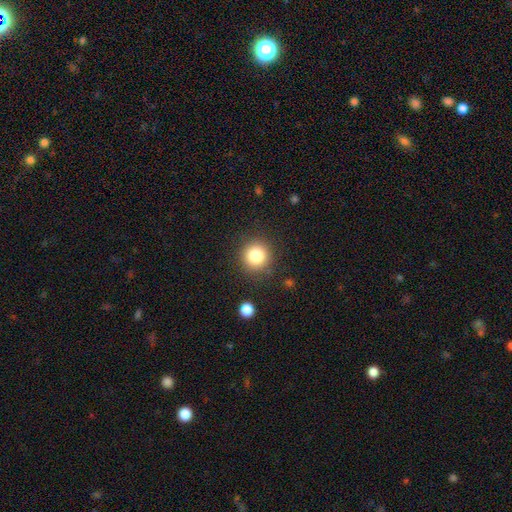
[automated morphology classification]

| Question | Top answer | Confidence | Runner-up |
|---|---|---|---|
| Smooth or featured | smooth | 83% | star or artifact (11%) |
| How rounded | round | 94% | in between (5%) |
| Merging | none | 87% | minor disturbance (8%) |